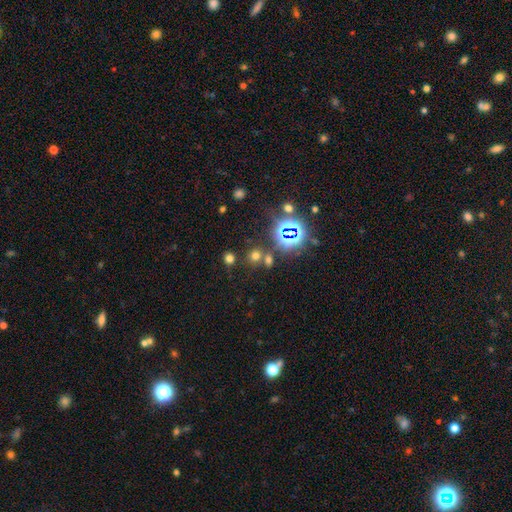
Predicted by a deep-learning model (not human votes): Smooth or featured? smooth (56%)
How rounded? round (83%)
Merging? none (73%)